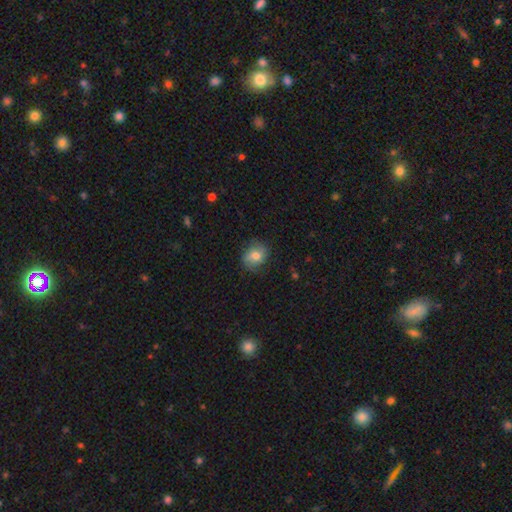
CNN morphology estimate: A smooth galaxy with no disk features (70%) that is round (62%). Merging: none (75%).